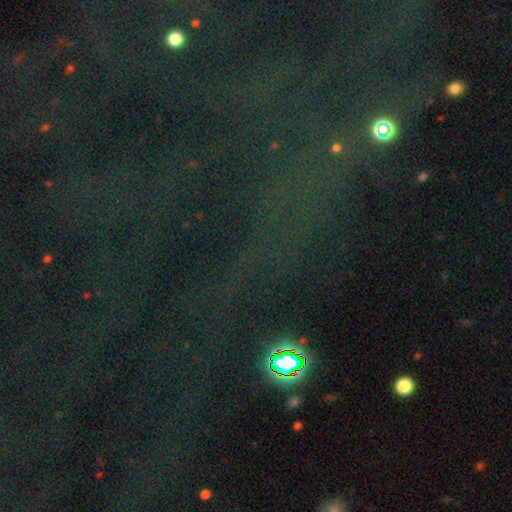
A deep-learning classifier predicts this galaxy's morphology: A star or artifact, not a galaxy (77%).